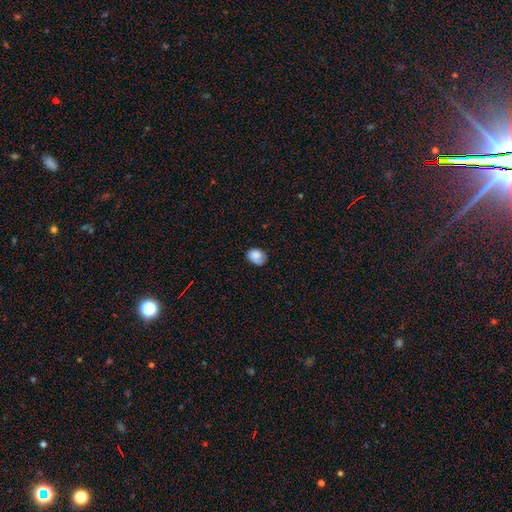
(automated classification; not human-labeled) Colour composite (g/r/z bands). It shows a smooth galaxy with no disk features (77%) that is in between round and cigar-shaped (62%). Merging: none (62%).